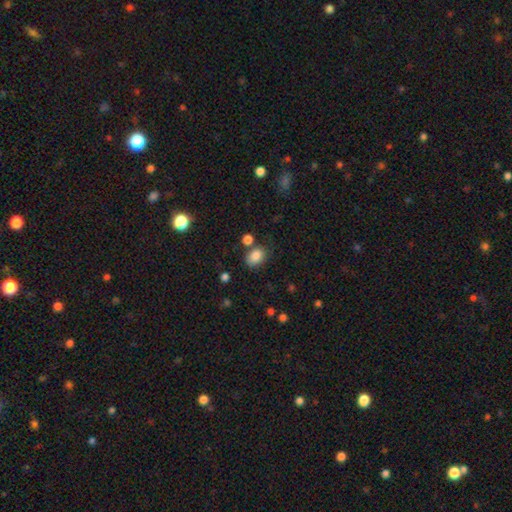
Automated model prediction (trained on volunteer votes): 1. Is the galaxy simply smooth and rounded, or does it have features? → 85% smooth, 9% star or artifact, 6% featured or disk.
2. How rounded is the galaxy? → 70% in between, 29% round, 1% cigar-shaped.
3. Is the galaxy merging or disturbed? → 68% none, 16% minor disturbance, 11% merger, 5% major disturbance.